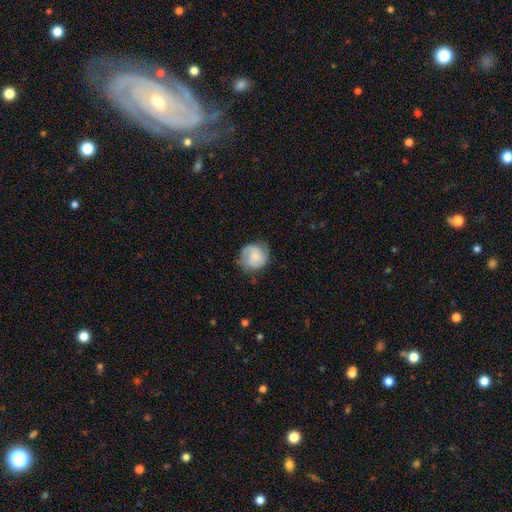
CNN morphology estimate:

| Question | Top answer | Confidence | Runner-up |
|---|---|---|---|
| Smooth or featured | featured or disk | 51% | smooth (41%) |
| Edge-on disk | no | 98% | yes (2%) |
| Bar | no | 66% | weak (29%) |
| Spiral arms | yes | 90% | no (10%) |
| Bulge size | none | 38% | small (29%) |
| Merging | none | 70% | minor disturbance (20%) |